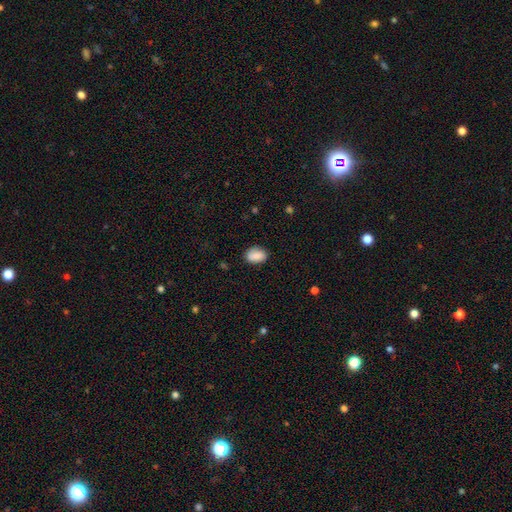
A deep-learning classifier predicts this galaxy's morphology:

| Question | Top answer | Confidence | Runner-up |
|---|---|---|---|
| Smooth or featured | smooth | 87% | star or artifact (7%) |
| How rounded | in between | 84% | round (14%) |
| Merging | none | 83% | minor disturbance (13%) |